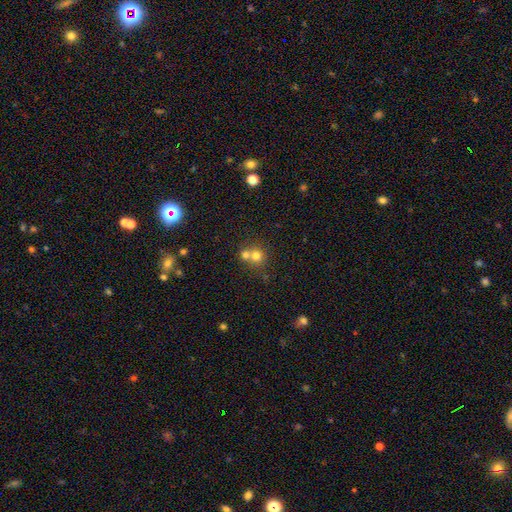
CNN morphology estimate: A smooth galaxy with no disk features (73%) that is round (87%). Merging: merger (49%).